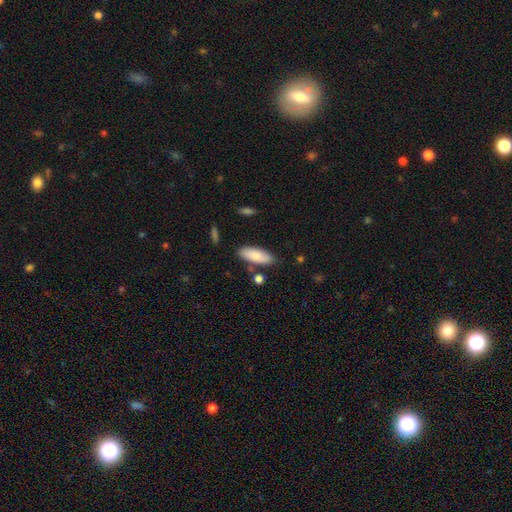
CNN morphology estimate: smooth 82%, featured or disk 12%, star or artifact 6%. Down the decision tree: how rounded — in between (73%); merging — none (79%).